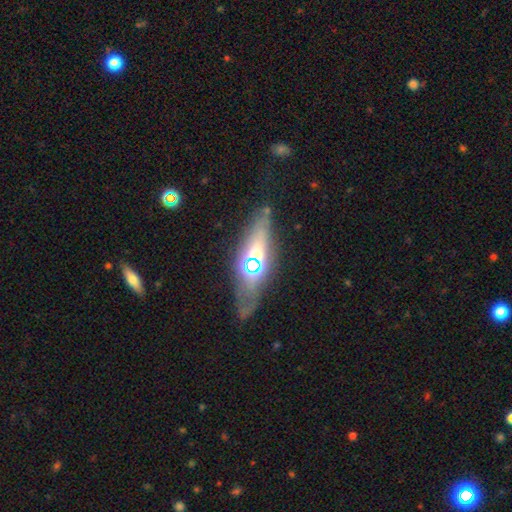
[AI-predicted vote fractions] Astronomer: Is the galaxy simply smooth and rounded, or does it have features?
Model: featured or disk — 45% (runner-up: smooth, 35%).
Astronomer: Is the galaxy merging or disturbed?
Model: none — 71%.